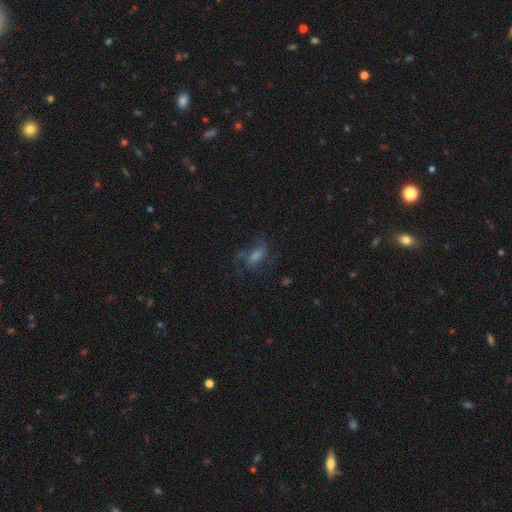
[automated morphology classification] Smooth or featured? Predicted: featured or disk (p=0.43). Merging? Predicted: none (p=0.49).